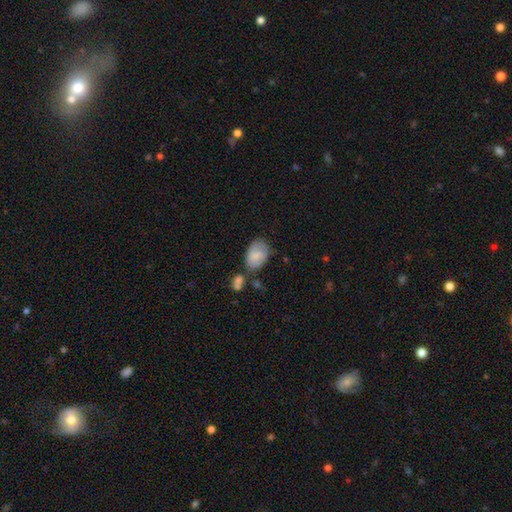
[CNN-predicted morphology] A smooth galaxy with no disk features (81%) that is in between round and cigar-shaped (86%). Merging: none (55%).